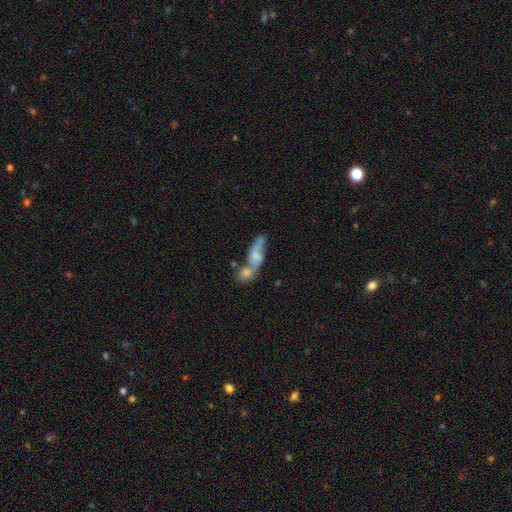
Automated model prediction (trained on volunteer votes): smooth_or_featured: featured or disk (p=0.48) [alt: smooth p=0.43]
merging: merger (p=0.57) [alt: none p=0.22]